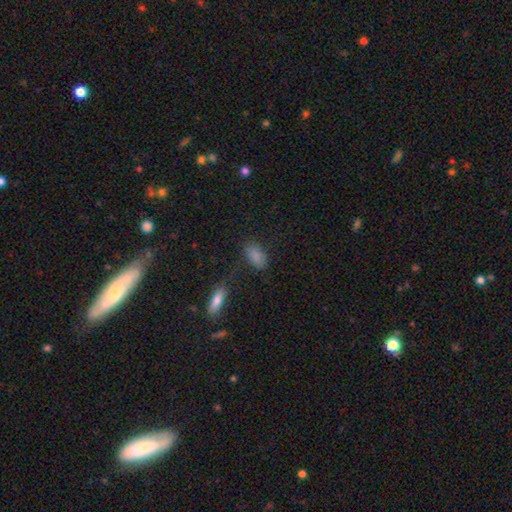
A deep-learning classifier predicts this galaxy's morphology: This is clearly a smooth galaxy (84%). How rounded: clearly in between (90%). Merging: likely none (72%).